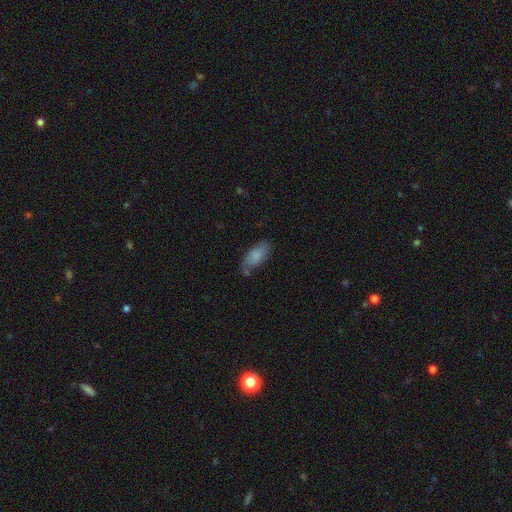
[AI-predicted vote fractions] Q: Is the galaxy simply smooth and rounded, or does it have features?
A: smooth — 82%.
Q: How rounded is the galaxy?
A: in between — 86%.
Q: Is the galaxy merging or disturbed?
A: none — 65%.